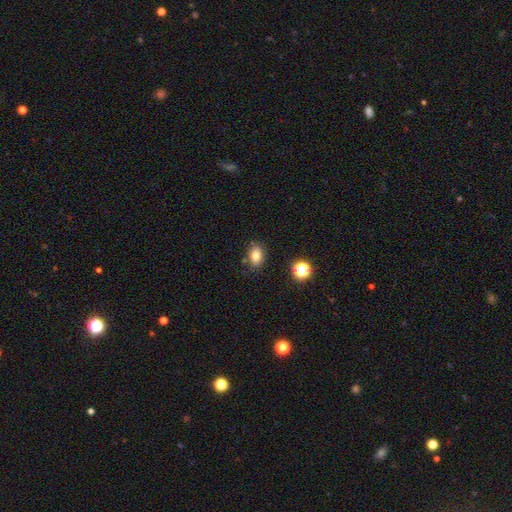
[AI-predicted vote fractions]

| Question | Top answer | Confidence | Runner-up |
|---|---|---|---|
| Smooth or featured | smooth | 80% | star or artifact (12%) |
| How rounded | in between | 72% | round (27%) |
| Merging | none | 82% | minor disturbance (12%) |